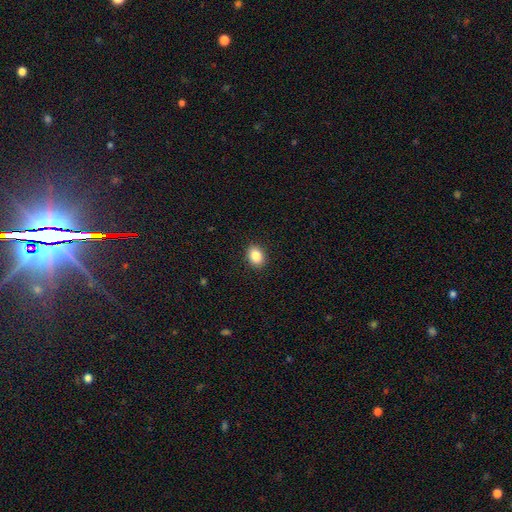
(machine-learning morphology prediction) Overall: smooth (87%). How rounded: in between (72%). Merging: none (91%).